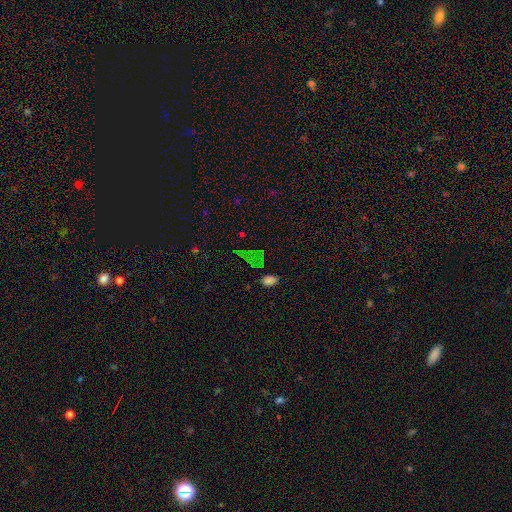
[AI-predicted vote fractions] Smooth or featured? star or artifact (58%)